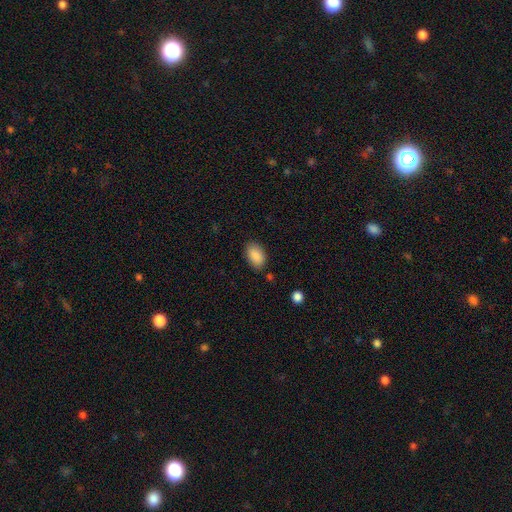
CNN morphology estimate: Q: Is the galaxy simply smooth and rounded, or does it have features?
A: smooth — 89%.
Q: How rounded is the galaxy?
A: in between — 92%.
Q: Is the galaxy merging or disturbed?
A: none — 83%.